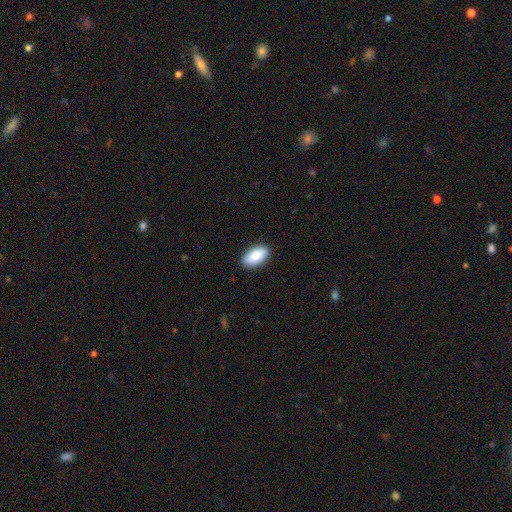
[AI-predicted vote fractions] Q: Smooth or featured?
A: smooth (90%); runner-up: star or artifact (6%)
Q: How rounded?
A: in between (95%); runner-up: cigar-shaped (3%)
Q: Merging?
A: none (89%); runner-up: minor disturbance (8%)